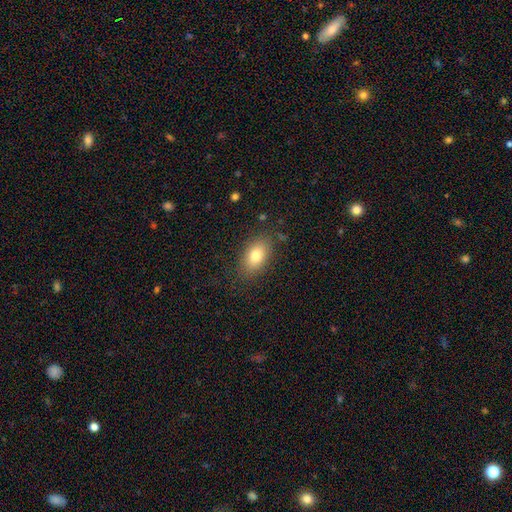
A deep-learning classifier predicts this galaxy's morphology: smooth_or_featured: smooth (p=0.77) [alt: featured or disk p=0.14]
how_rounded: in between (p=0.88) [alt: round p=0.09]
merging: none (p=0.82) [alt: minor disturbance p=0.12]